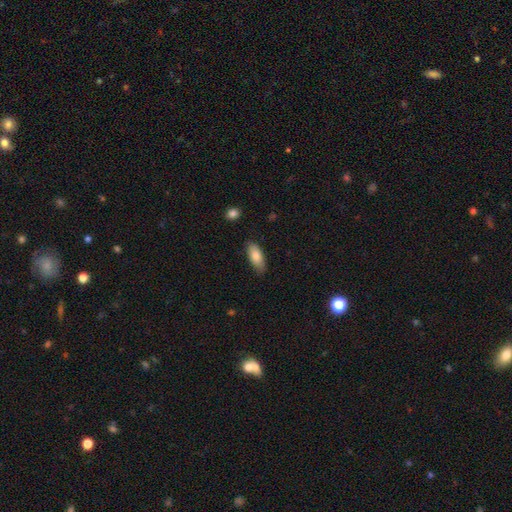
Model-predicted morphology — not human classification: Overall: smooth (82%). How rounded: in between (83%). Merging: none (77%).